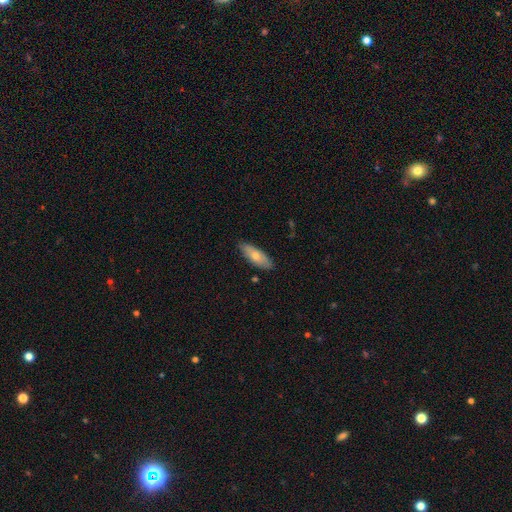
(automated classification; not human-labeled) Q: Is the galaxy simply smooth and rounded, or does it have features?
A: smooth — 69%.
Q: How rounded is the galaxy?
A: in between — 65%.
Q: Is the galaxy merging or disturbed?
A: none — 85%.